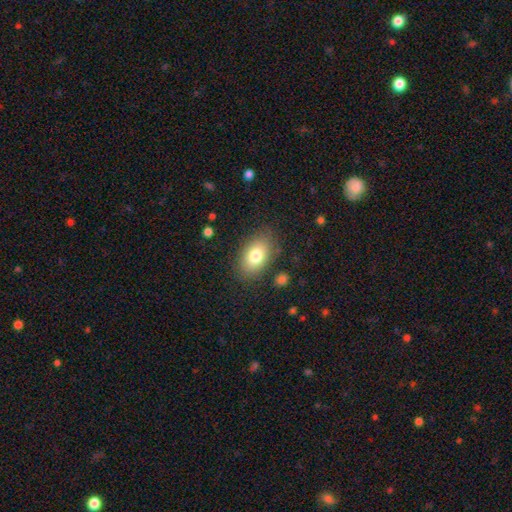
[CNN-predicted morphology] A smooth galaxy with no disk features (79%) that is in between round and cigar-shaped (89%).

Vote fractions:
- Smooth or featured? smooth: 79% / featured or disk: 13% / star or artifact: 8%
- How rounded? in between: 89% / round: 10% / cigar-shaped: 1%
- Merging? none: 82% / minor disturbance: 12% / major disturbance: 4% / merger: 2%